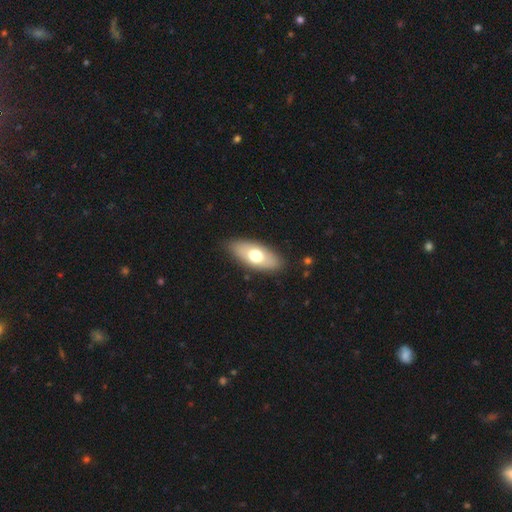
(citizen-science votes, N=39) Smooth or featured?
  - smooth: 51% *
  - featured or disk: 38%
  - star or artifact: 10%
How rounded?
  - in between: 90% *
  - cigar-shaped: 10%
  - round: 0%
Merging?
  - none: 89% *
  - minor disturbance: 9%
  - merger: 3%
  - major disturbance: 0%